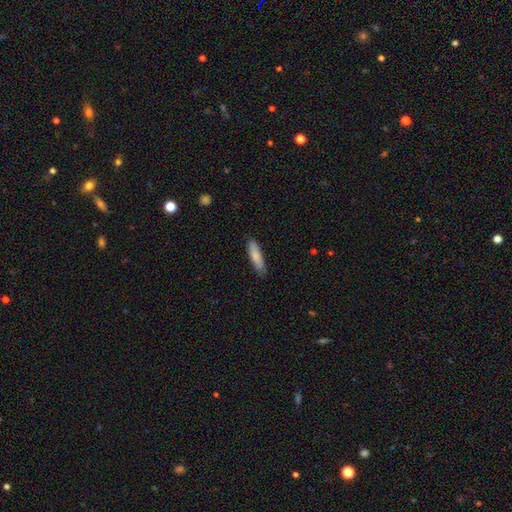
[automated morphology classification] smooth 82%, featured or disk 13%, star or artifact 6%. Down the decision tree: how rounded — cigar-shaped (73%); merging — none (85%).